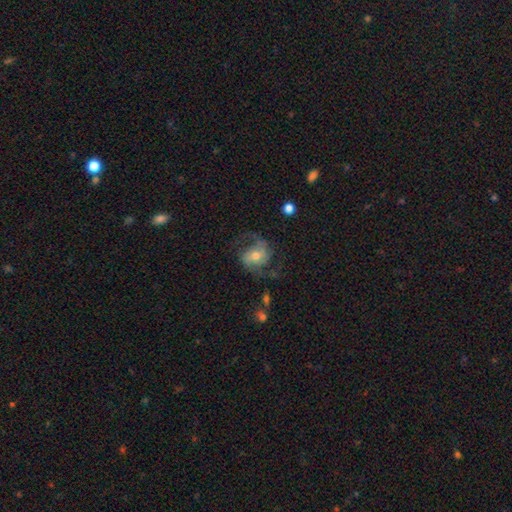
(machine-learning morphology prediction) Smooth or featured: featured or disk — 76% (smooth — 17%)
Edge-on disk: no — 97% (yes — 3%)
Bar: weak — 40% (tied with no — 40%)
Spiral arms: yes — 93% (no — 7%)
Spiral winding: medium — 46% (loose — 44%)
Spiral arm count: 2 — 89% (can't tell — 4%)
Bulge size: moderate — 57% (small — 34%)
Merging: none — 62% (major disturbance — 18%)